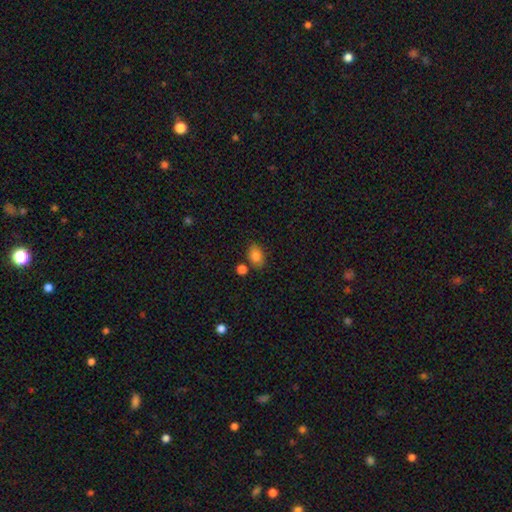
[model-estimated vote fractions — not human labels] Q: Smooth or featured?
A: smooth (84%); runner-up: star or artifact (10%)
Q: How rounded?
A: in between (78%); runner-up: round (21%)
Q: Merging?
A: none (74%); runner-up: minor disturbance (14%)